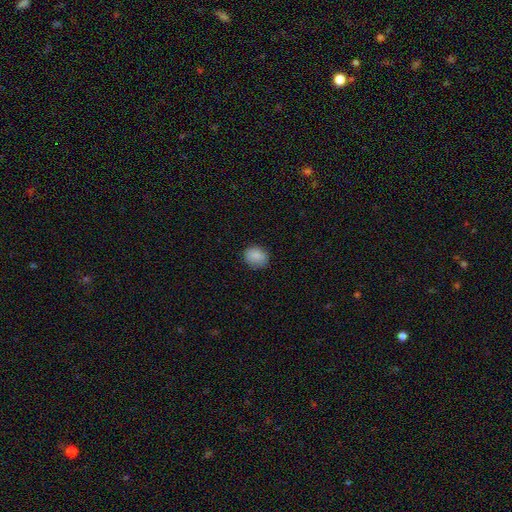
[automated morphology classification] Smooth or featured?
  - smooth: 87% *
  - star or artifact: 8%
  - featured or disk: 5%
How rounded?
  - round: 63% *
  - in between: 36%
  - cigar-shaped: 1%
Merging?
  - none: 83% *
  - minor disturbance: 13%
  - major disturbance: 3%
  - merger: 1%